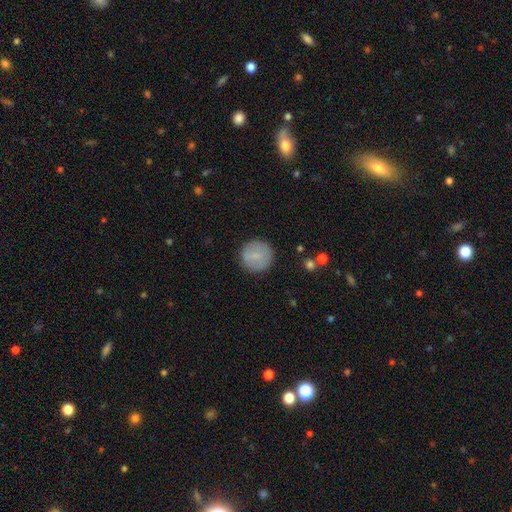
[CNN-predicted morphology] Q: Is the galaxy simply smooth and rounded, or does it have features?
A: smooth — 76%.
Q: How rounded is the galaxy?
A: round — 95%.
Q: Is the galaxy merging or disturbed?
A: none — 89%.